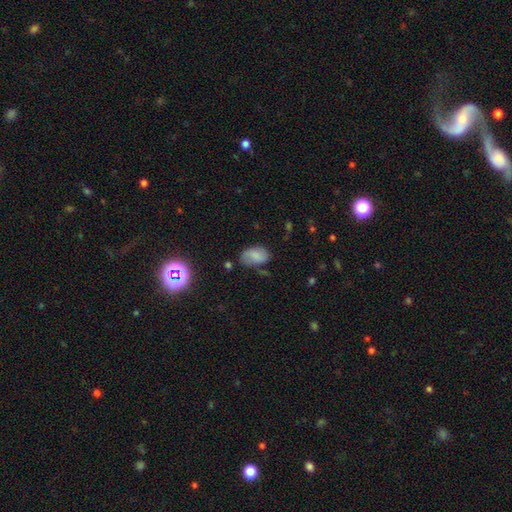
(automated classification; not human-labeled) The model was most divided on "merging": none: 60%, minor disturbance: 28%, major disturbance: 9%, merger: 4%. More confident: how rounded — in between (90%); smooth or featured — smooth (73%).